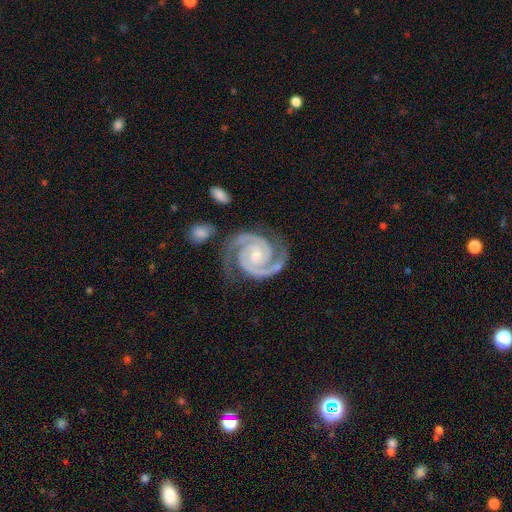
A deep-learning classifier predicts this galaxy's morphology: This is clearly a featured or disk galaxy (94%). It is clearly not viewed edge-on (98%). Bar: possibly no (56%). Spiral arm pattern: clearly yes (99%). Spiral arm count: clearly 2 (93%). Spiral winding: likely tight (72%). Central bulge: possibly small (55%). Merging: likely none (77%).